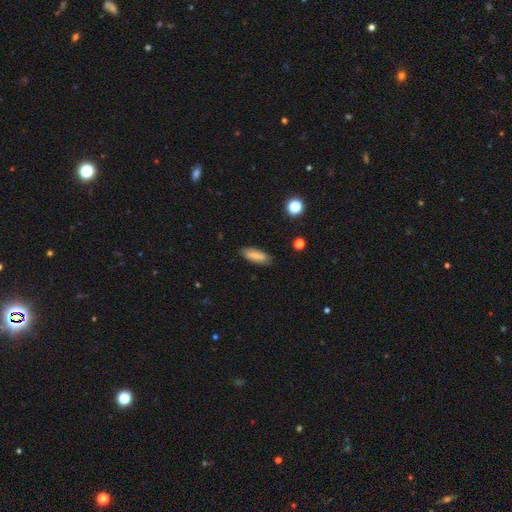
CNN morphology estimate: A smooth galaxy with no disk features (74%) that is in between round and cigar-shaped (60%).

Vote fractions:
- Smooth or featured? smooth: 74% / featured or disk: 18% / star or artifact: 8%
- How rounded? in between: 60% / cigar-shaped: 38% / round: 2%
- Merging? none: 84% / minor disturbance: 12% / major disturbance: 3% / merger: 2%